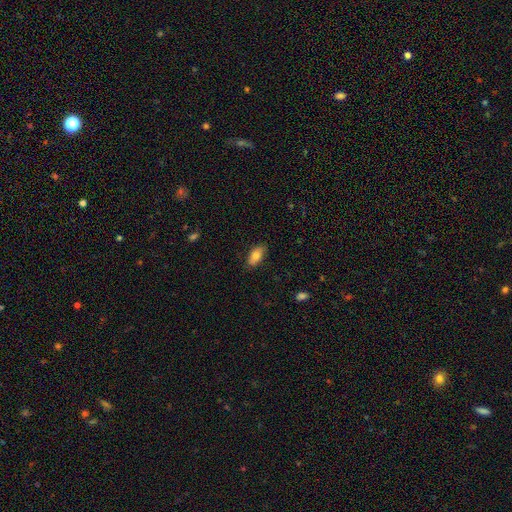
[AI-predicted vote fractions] This appears to be a smooth galaxy with no disk features (80%) that is in between round and cigar-shaped (90%). Merging: none (85%).